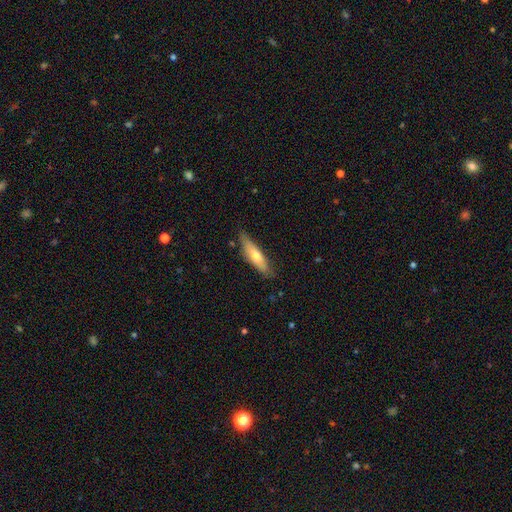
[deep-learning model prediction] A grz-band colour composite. It shows a smooth galaxy with no disk features (55%) that is cigar-shaped (70%). Merging: none (81%).